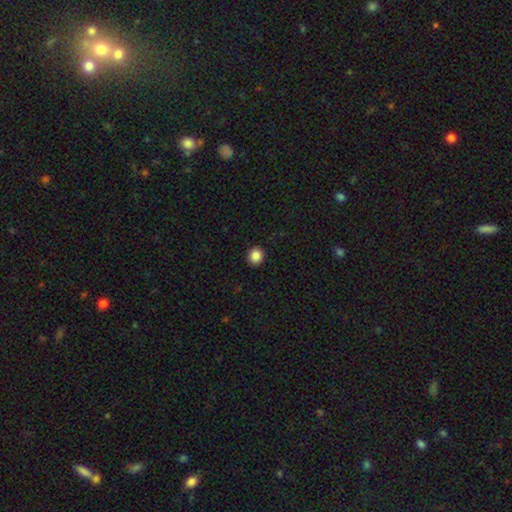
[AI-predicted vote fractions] This is clearly a smooth galaxy (86%). How rounded: clearly round (86%). Merging: clearly none (92%).